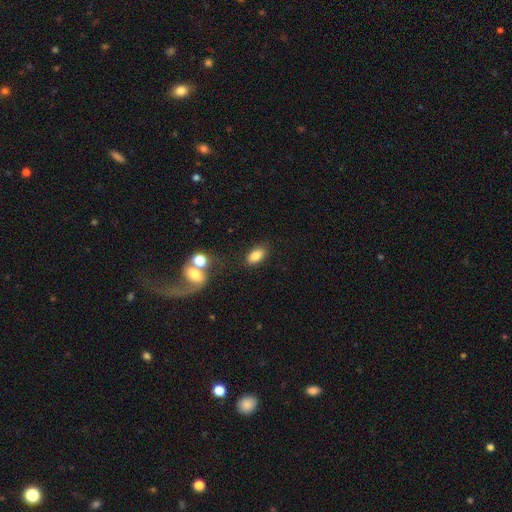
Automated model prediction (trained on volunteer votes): Overall: smooth (82%). How rounded: in between (89%). Merging: none (77%).